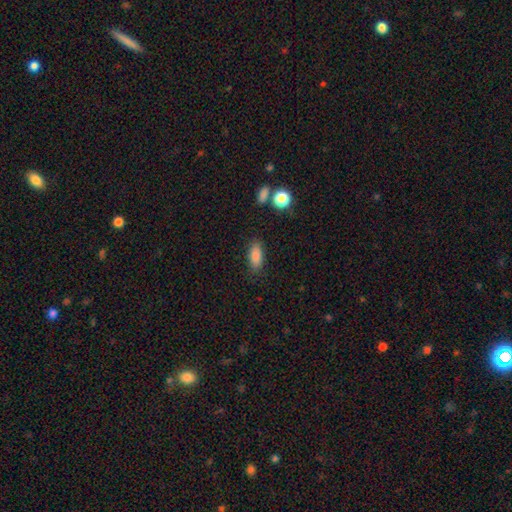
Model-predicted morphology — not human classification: A smooth galaxy with no disk features (85%) that is in between round and cigar-shaped (79%).

Vote fractions:
- Smooth or featured? smooth: 85% / star or artifact: 8% / featured or disk: 7%
- How rounded? in between: 79% / cigar-shaped: 18% / round: 3%
- Merging? none: 85% / minor disturbance: 11% / major disturbance: 3% / merger: 2%